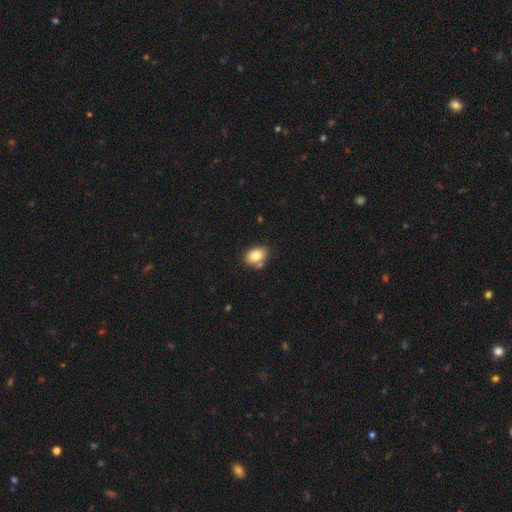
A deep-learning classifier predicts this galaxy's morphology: Overall: smooth (82%). How rounded: in between (83%). Merging: none (72%).